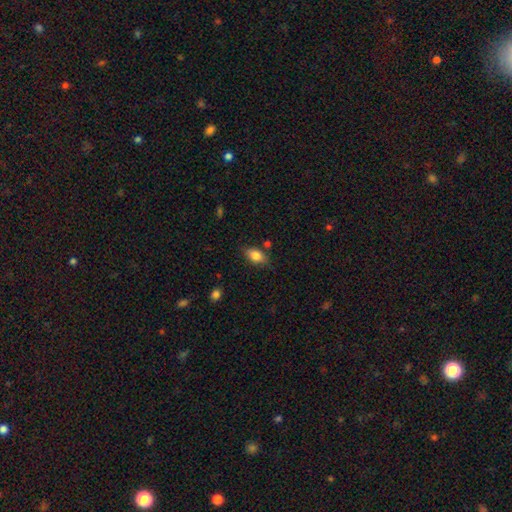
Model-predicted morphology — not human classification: Overall: smooth (83%). How rounded: in between (86%). Merging: none (74%).